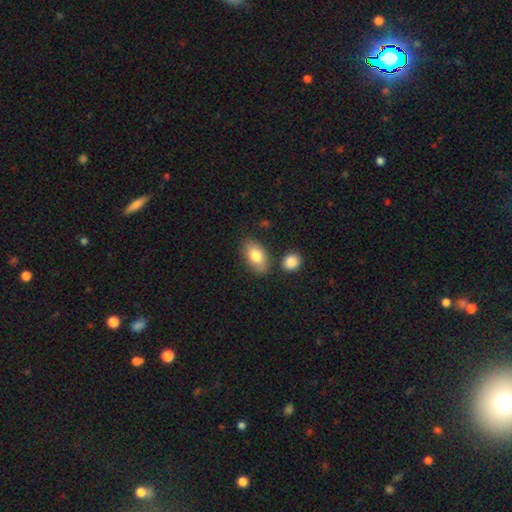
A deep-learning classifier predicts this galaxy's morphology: type=smooth (80%); roundness=in between (92%); merging=none (75%).